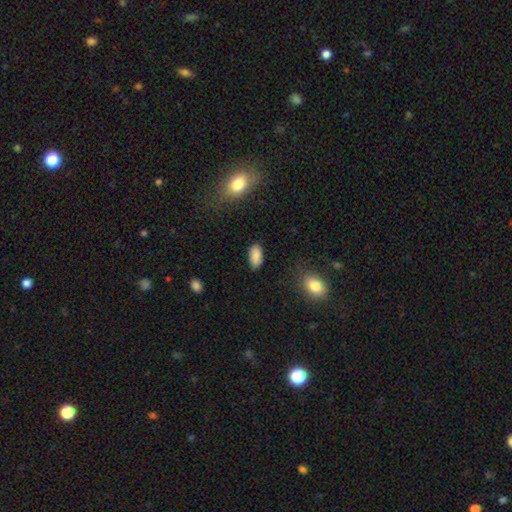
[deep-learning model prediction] This appears to be a smooth galaxy with no disk features (88%) that is in between round and cigar-shaped (92%). Merging: none (85%).